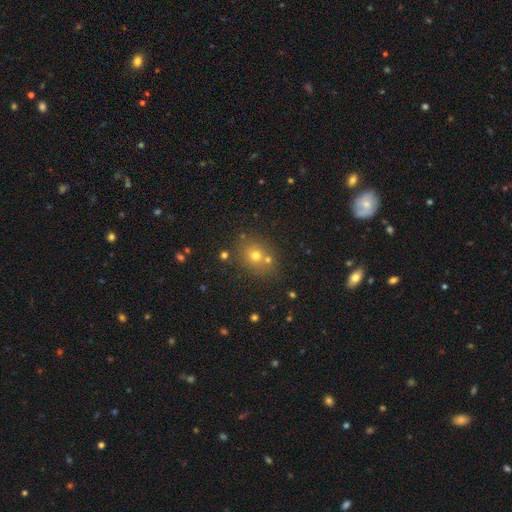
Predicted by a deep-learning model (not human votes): smooth-or-featured: smooth: 65% | star or artifact: 21% | featured or disk: 14%
  how-rounded: round: 69% | in between: 30% | cigar-shaped: 1%
  merging: none: 67% | merger: 19% | minor disturbance: 10% | major disturbance: 4%